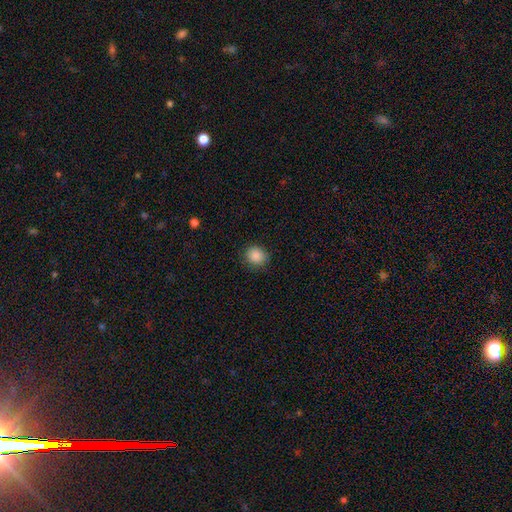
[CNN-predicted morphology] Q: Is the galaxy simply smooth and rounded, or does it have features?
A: smooth — 88%.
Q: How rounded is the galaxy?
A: round — 76%.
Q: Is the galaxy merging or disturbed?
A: none — 86%.